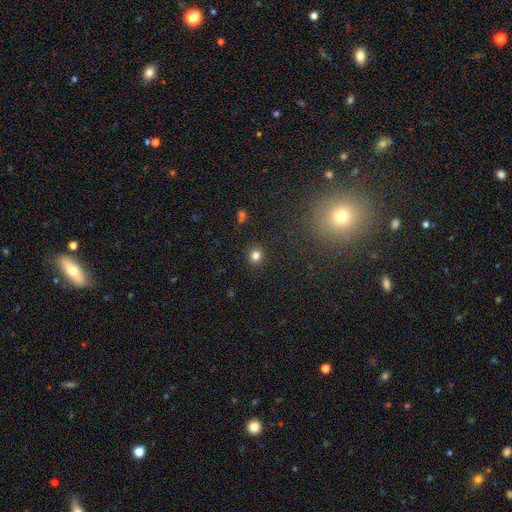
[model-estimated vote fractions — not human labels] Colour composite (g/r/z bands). It shows a smooth galaxy with no disk features (81%) that is round (90%). Merging: none (91%).